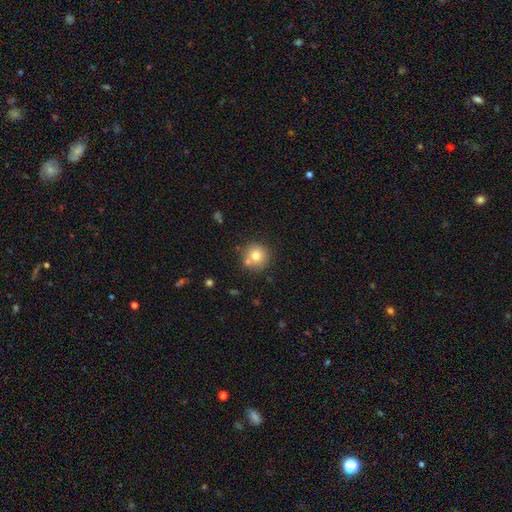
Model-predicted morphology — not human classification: smooth-or-featured: smooth: 75% | featured or disk: 13% | star or artifact: 12%
  how-rounded: round: 94% | in between: 5% | cigar-shaped: 1%
  merging: none: 74% | merger: 14% | minor disturbance: 9% | major disturbance: 3%